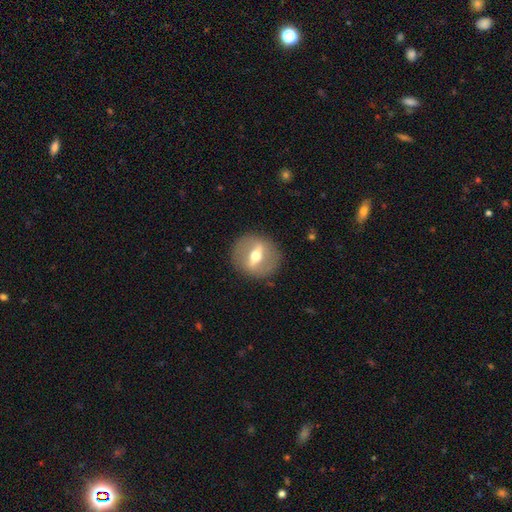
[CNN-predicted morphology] A featured or disk galaxy (68%). Merging: none (88%).